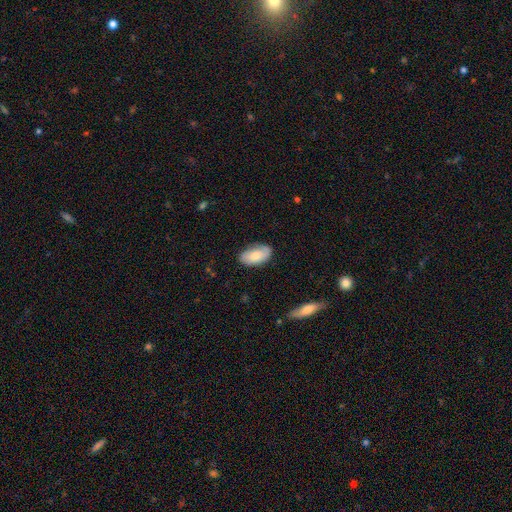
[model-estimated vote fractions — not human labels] Morphology: type=smooth (72%); roundness=in between (94%); merging=none (73%).